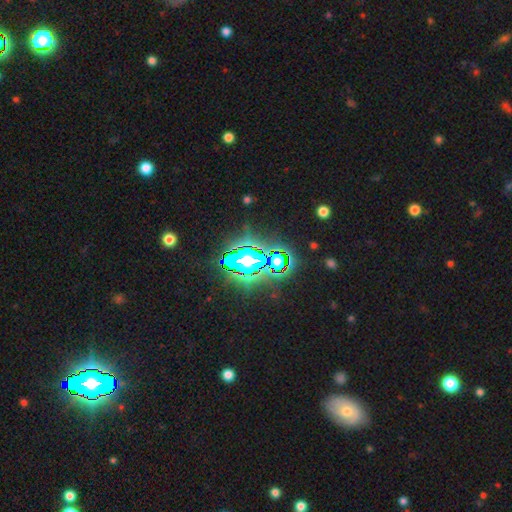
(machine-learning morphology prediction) The model was most divided on "smooth or featured": star or artifact: 72%, smooth: 14%, featured or disk: 13%.